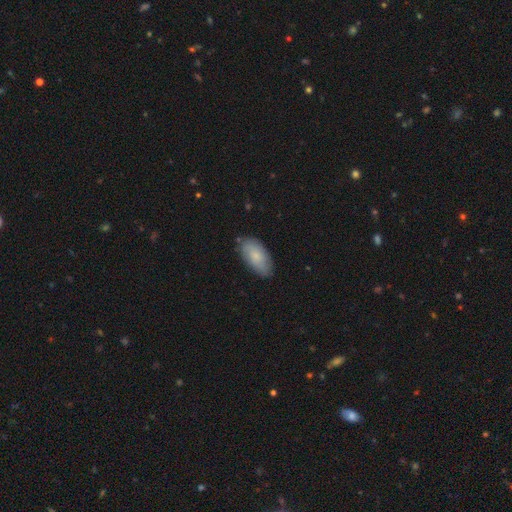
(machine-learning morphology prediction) Smooth or featured? Predicted: smooth (p=0.76). How rounded? Predicted: in between (p=0.93). Merging? Predicted: none (p=0.79).